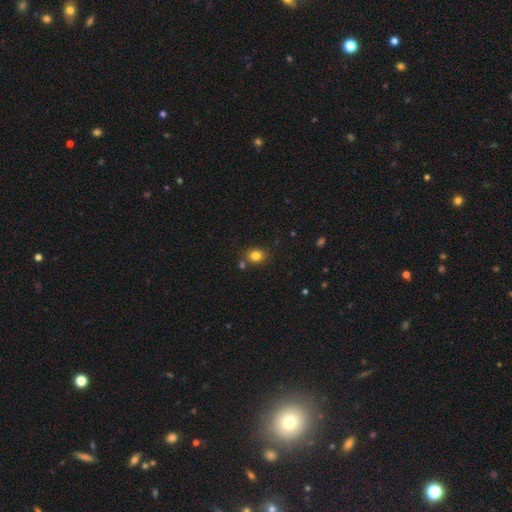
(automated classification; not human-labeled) This is clearly a smooth galaxy (82%). How rounded: likely round (60%). Merging: likely none (76%).